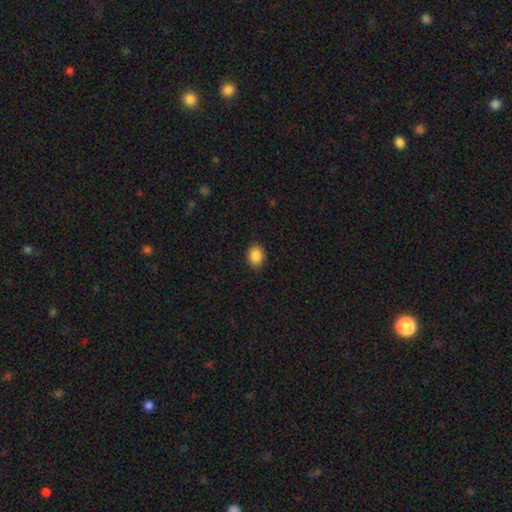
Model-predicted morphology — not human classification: Smooth or featured? Predicted: smooth (p=0.88). How rounded? Predicted: round (p=0.51). Merging? Predicted: none (p=0.86).